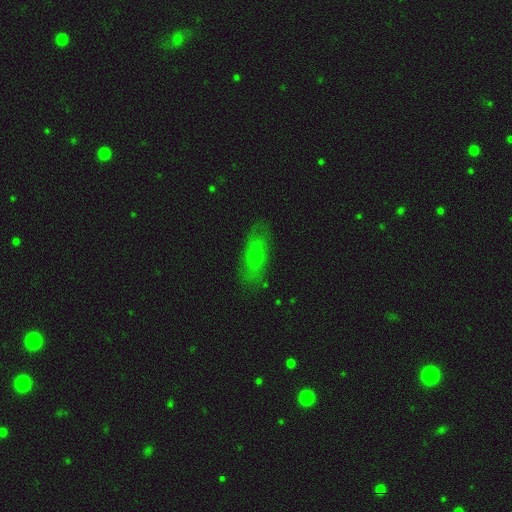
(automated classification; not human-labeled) Q: Smooth or featured?
A: smooth (68%); runner-up: featured or disk (21%)
Q: How rounded?
A: in between (73%); runner-up: cigar-shaped (23%)
Q: Merging?
A: none (78%); runner-up: minor disturbance (16%)